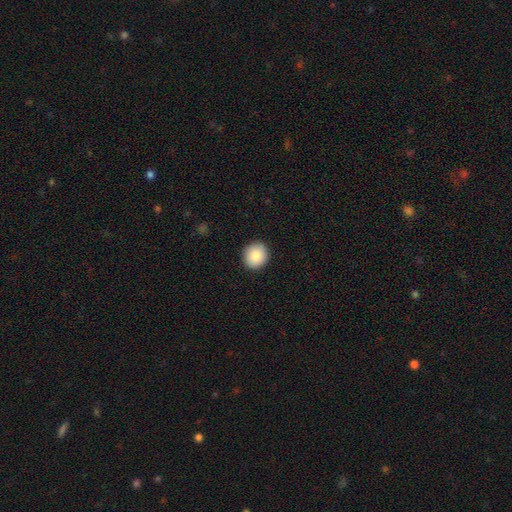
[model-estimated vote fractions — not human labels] smooth-or-featured: smooth: 87% | star or artifact: 8% | featured or disk: 6%
  how-rounded: round: 81% | in between: 18% | cigar-shaped: 1%
  merging: none: 91% | minor disturbance: 6% | major disturbance: 2% | merger: 1%